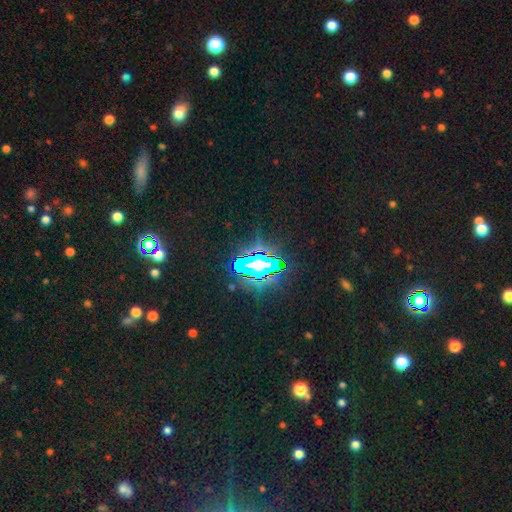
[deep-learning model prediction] smooth_or_featured: star or artifact (p=0.81) [alt: smooth p=0.11]